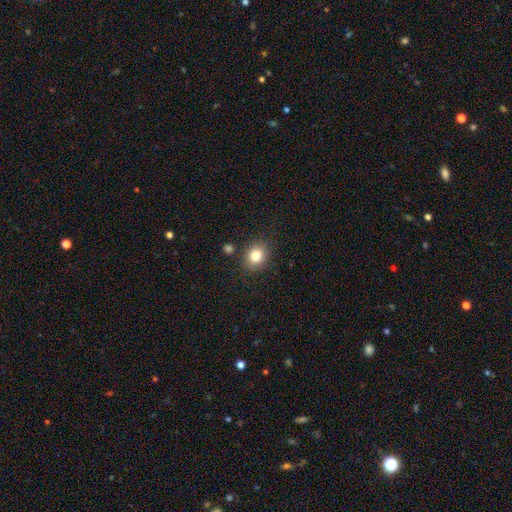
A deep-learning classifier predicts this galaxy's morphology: smooth 82%, star or artifact 11%, featured or disk 7%. Down the decision tree: how rounded — round (62%); merging — none (83%).